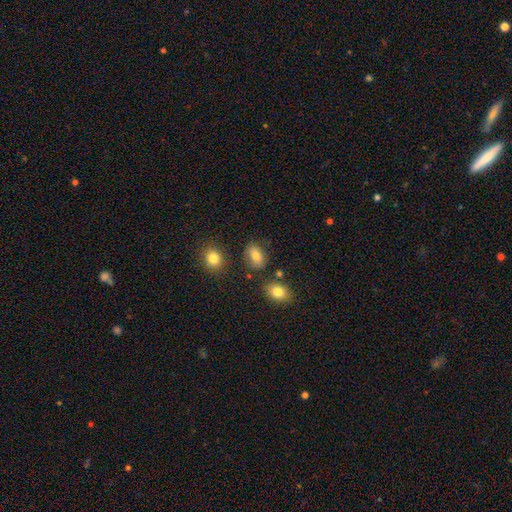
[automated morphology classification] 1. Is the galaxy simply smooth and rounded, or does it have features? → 78% smooth, 11% featured or disk, 10% star or artifact.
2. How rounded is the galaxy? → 82% in between, 15% round, 3% cigar-shaped.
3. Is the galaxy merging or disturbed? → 76% none, 15% minor disturbance, 5% merger, 4% major disturbance.